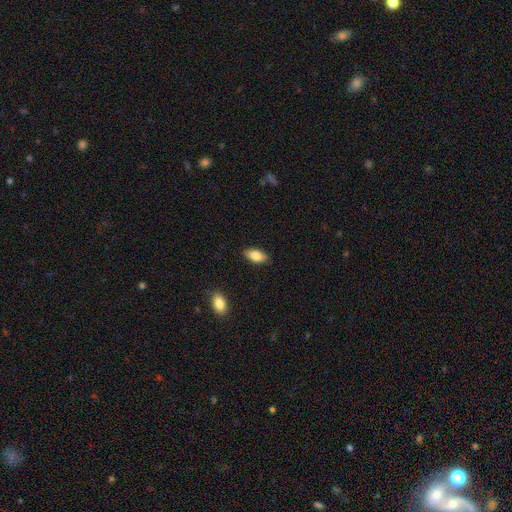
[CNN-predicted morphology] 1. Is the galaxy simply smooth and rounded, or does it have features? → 82% smooth, 11% featured or disk, 7% star or artifact.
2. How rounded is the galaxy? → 90% in between, 7% cigar-shaped, 3% round.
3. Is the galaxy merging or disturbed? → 87% none, 9% minor disturbance, 2% major disturbance, 1% merger.